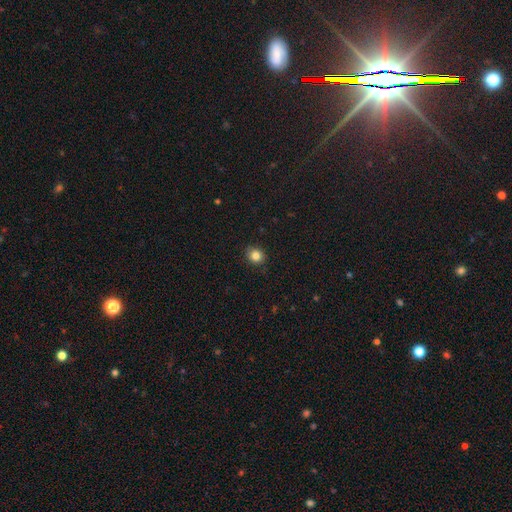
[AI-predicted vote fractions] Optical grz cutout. It shows a smooth galaxy with no disk features (84%) that is round (79%). Merging: none (88%).